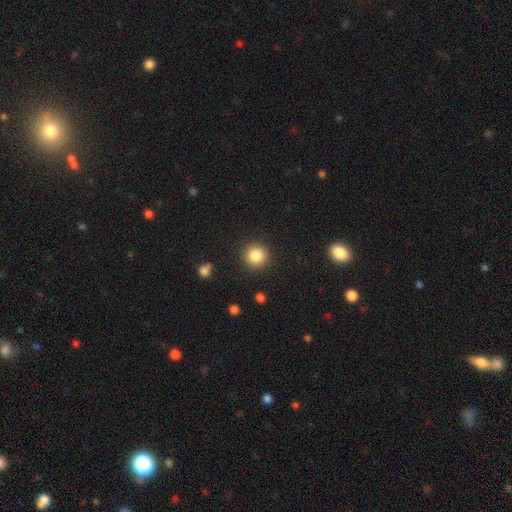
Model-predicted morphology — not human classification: Q: Smooth or featured?
A: smooth (84%); runner-up: star or artifact (11%)
Q: How rounded?
A: round (94%); runner-up: in between (5%)
Q: Merging?
A: none (90%); runner-up: minor disturbance (6%)